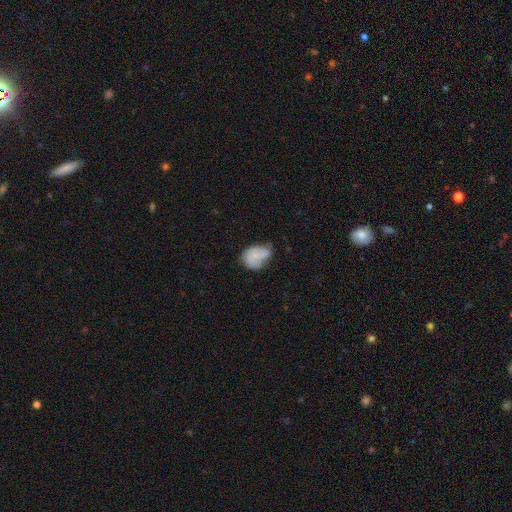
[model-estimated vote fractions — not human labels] Smooth or featured? Predicted: featured or disk (p=0.47). Merging? Predicted: none (p=0.38).